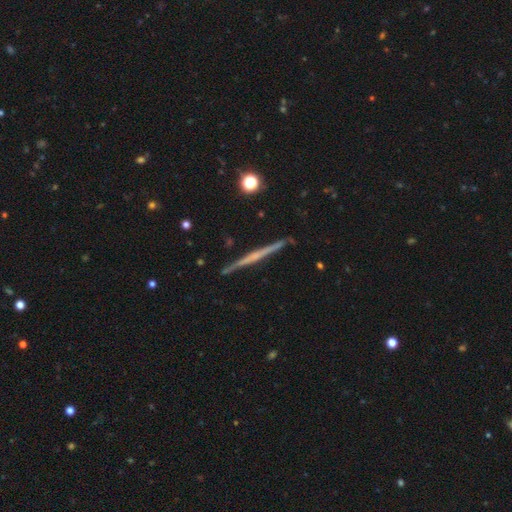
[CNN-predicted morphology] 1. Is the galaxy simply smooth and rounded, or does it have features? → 73% featured or disk, 21% smooth, 6% star or artifact.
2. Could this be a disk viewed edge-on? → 98% yes, 2% no.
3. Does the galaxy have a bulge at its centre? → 62% none, 30% rounded, 8% boxy.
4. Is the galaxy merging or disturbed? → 92% none, 6% minor disturbance, 1% merger, 1% major disturbance.